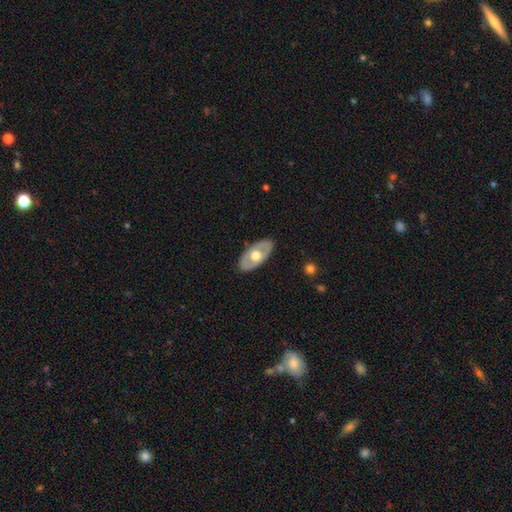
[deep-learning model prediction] Overall: featured or disk (53%; smooth 43%). Edge-on disk: no (83%). Merging: none (85%).